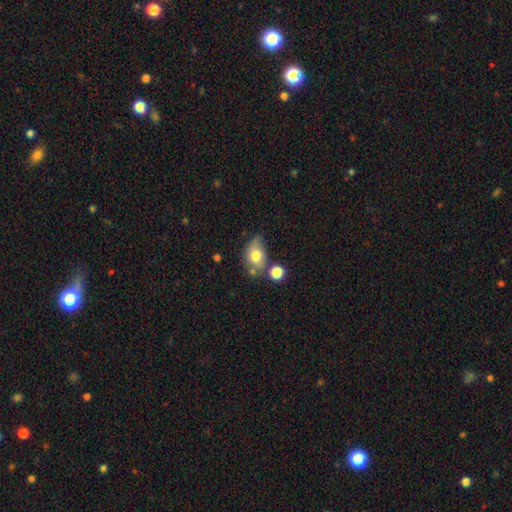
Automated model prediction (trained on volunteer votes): A smooth galaxy with no disk features (73%) that is in between round and cigar-shaped (72%).

Vote fractions:
- Smooth or featured? smooth: 73% / featured or disk: 18% / star or artifact: 9%
- How rounded? in between: 72% / round: 26% / cigar-shaped: 2%
- Merging? none: 40% / minor disturbance: 28% / merger: 20% / major disturbance: 12%